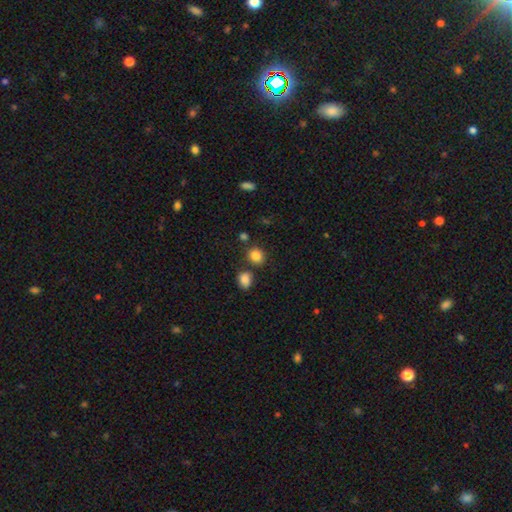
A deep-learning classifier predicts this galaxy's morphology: smooth_or_featured: smooth (p=0.84) [alt: star or artifact p=0.11]
how_rounded: round (p=0.74) [alt: in between p=0.25]
merging: none (p=0.75) [alt: merger p=0.12]